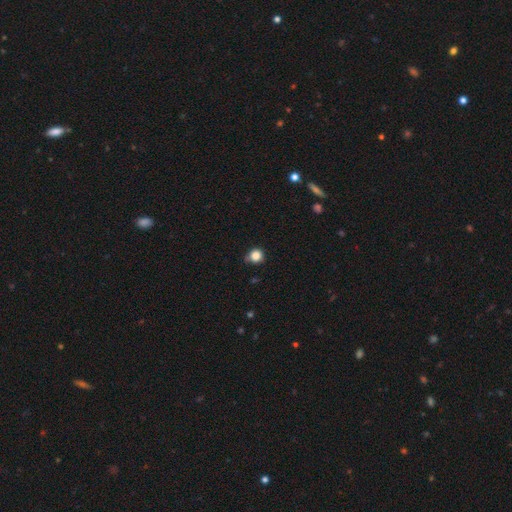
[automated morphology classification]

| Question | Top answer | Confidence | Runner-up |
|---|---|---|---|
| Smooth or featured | smooth | 84% | star or artifact (12%) |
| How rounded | round | 88% | in between (11%) |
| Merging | none | 71% | minor disturbance (23%) |